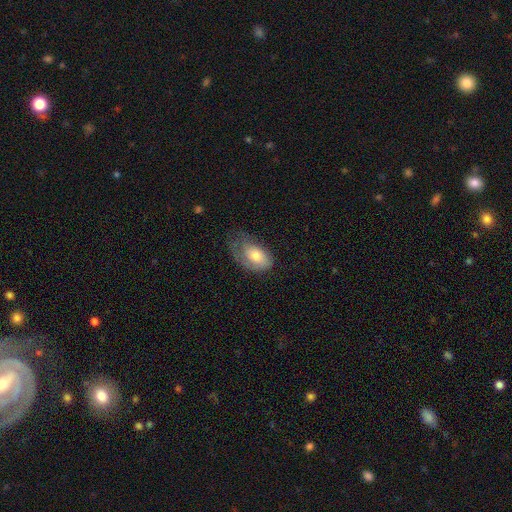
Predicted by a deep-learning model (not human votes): This appears to be a smooth galaxy with no disk features (66%) that is in between round and cigar-shaped (91%). Merging: minor disturbance (35%).